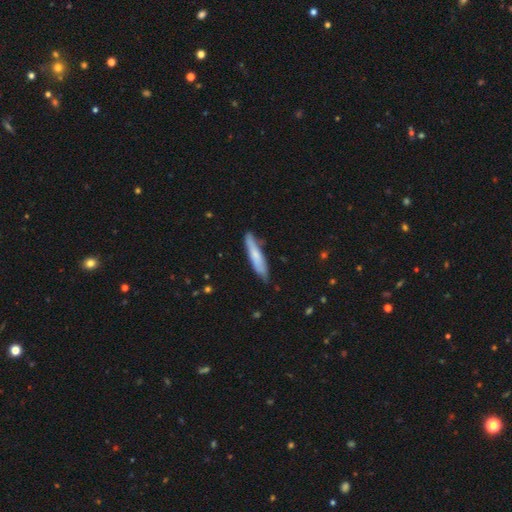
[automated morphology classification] A smooth galaxy with no disk features (66%) that is cigar-shaped (90%). Merging: none (78%).